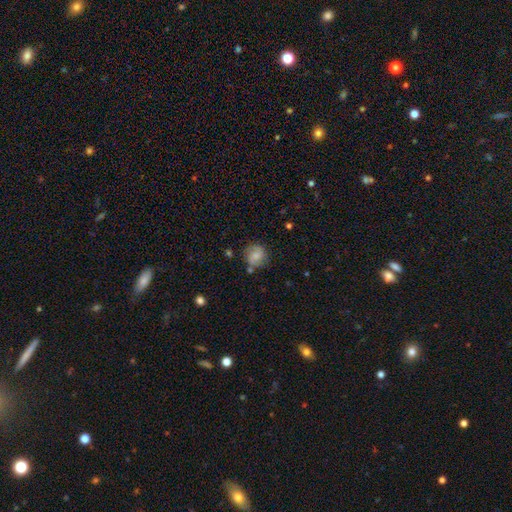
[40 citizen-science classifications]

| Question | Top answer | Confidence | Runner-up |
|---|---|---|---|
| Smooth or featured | featured or disk | 55% | smooth (40%) |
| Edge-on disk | no | 100% | — |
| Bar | no | 59% | weak (36%) |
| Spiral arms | yes | 95% | no (5%) |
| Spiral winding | tight | 38% | tied: medium (38%) |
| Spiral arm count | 2 | 95% | can't tell (5%) |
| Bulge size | moderate | 32% | large (27%) |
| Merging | none | 79% | minor disturbance (16%) |